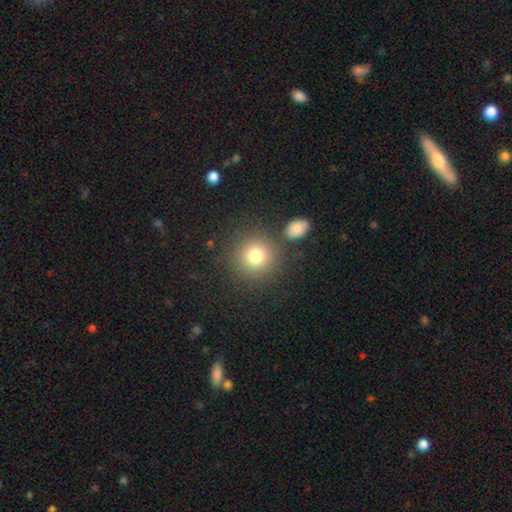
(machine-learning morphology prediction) A smooth galaxy with no disk features (78%) that is round (92%).

Vote fractions:
- Smooth or featured? smooth: 78% / star or artifact: 13% / featured or disk: 9%
- How rounded? round: 92% / in between: 7% / cigar-shaped: 1%
- Merging? none: 82% / minor disturbance: 7% / merger: 7% / major disturbance: 4%